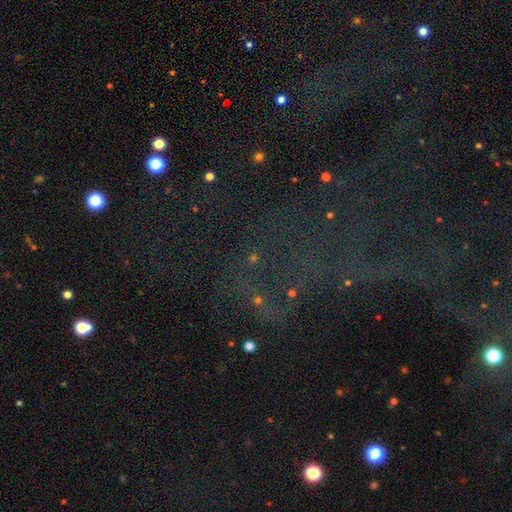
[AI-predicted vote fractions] star or artifact 67%, smooth 18%, featured or disk 15%.